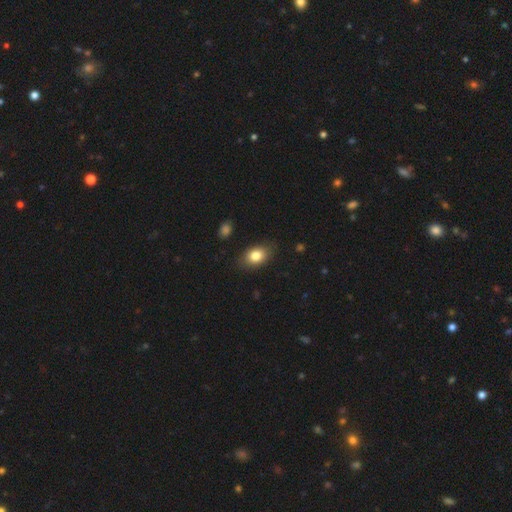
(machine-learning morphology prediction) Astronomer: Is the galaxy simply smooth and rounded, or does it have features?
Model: smooth — 82%.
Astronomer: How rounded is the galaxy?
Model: in between — 82%.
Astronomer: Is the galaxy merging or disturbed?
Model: none — 83%.